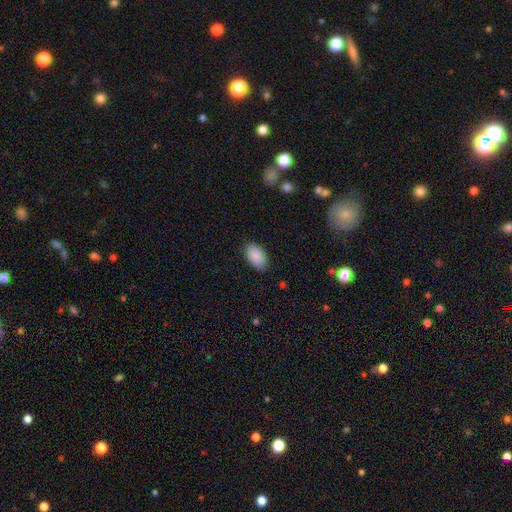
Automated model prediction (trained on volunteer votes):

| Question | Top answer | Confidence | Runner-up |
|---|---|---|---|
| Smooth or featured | smooth | 90% | star or artifact (6%) |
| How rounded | in between | 93% | round (6%) |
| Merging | none | 86% | minor disturbance (10%) |